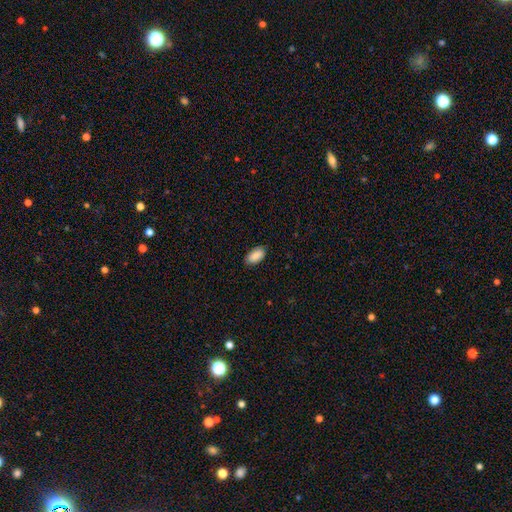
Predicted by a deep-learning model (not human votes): This appears to be a smooth galaxy with no disk features (89%) that is in between round and cigar-shaped (95%). Merging: none (86%).